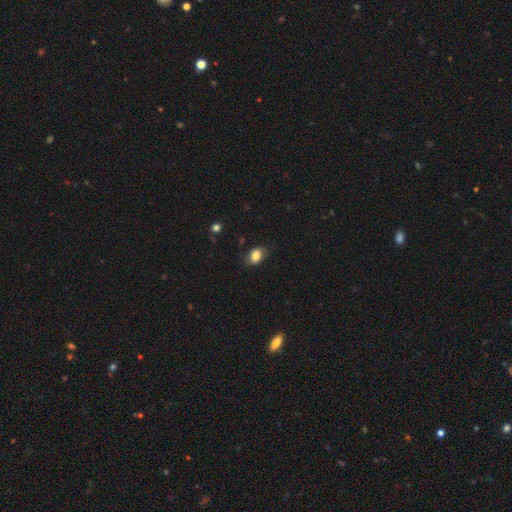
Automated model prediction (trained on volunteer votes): This appears to be a smooth galaxy with no disk features (80%) that is in between round and cigar-shaped (80%). Merging: none (70%).